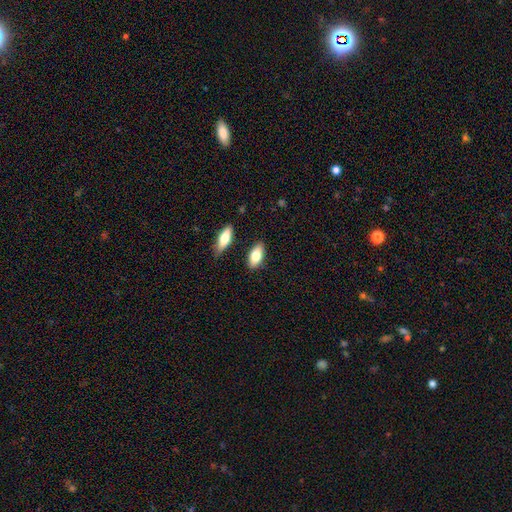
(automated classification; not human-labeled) Morphology: type=smooth (78%); roundness=in between (86%); merging=none (83%).